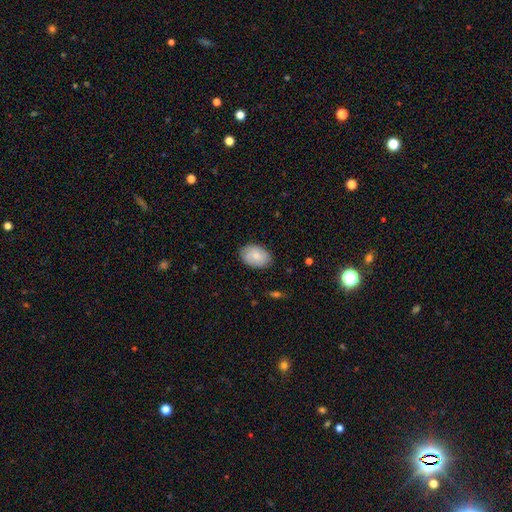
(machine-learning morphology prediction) type=smooth (78%); roundness=in between (86%); merging=none (83%).